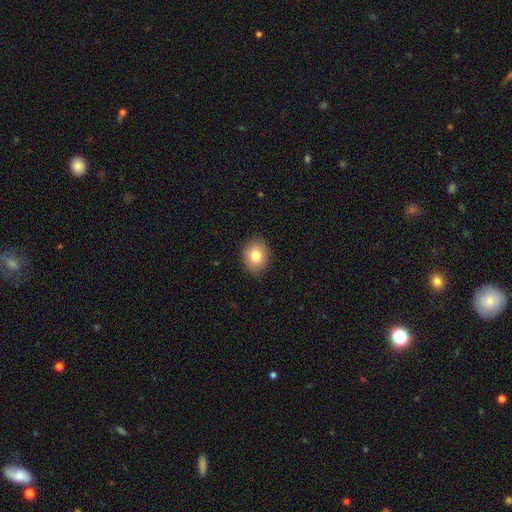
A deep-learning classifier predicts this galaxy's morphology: Smooth or featured: smooth — 81% (featured or disk — 9%)
How rounded: round — 54% (in between — 45%)
Merging: none — 87% (minor disturbance — 10%)